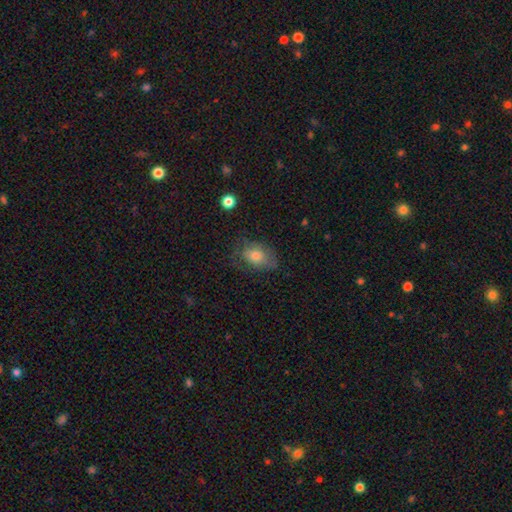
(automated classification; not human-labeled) Smooth or featured? smooth (68%)
How rounded? in between (78%)
Merging? none (61%)